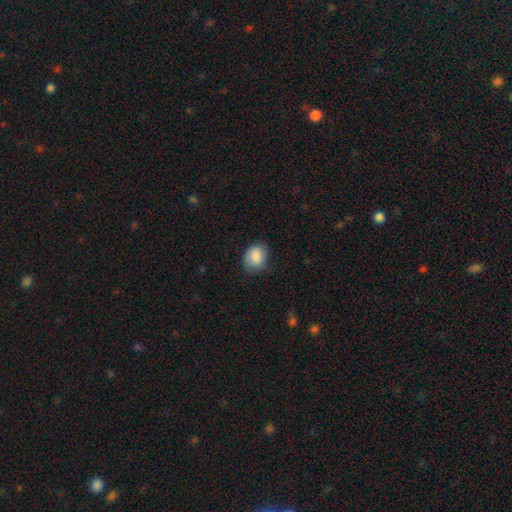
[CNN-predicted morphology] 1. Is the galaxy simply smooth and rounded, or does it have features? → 83% smooth, 10% featured or disk, 7% star or artifact.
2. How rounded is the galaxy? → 52% in between, 47% round, 1% cigar-shaped.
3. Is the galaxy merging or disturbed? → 71% none, 22% minor disturbance, 5% major disturbance, 1% merger.